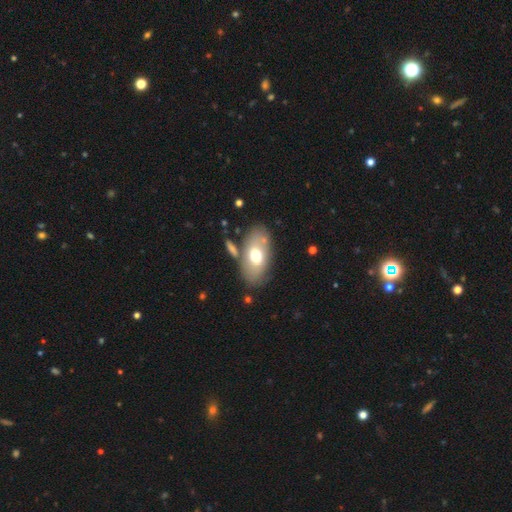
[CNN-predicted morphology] The model was most divided on "smooth or featured": smooth: 62%, featured or disk: 31%, star or artifact: 7%. More confident: how rounded — in between (91%); merging — none (70%).